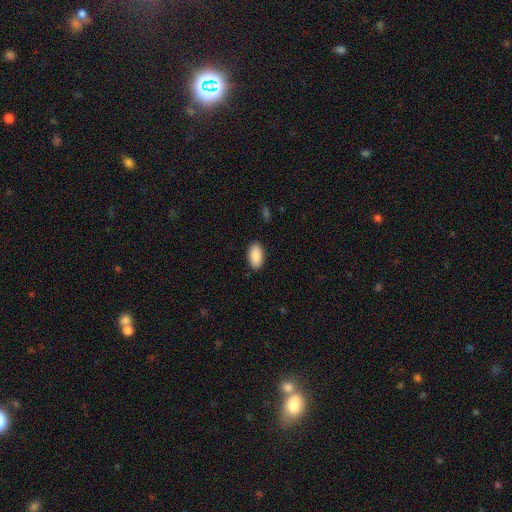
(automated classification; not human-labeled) Smooth or featured?
  - smooth: 89% *
  - star or artifact: 6%
  - featured or disk: 5%
How rounded?
  - in between: 95% *
  - cigar-shaped: 3%
  - round: 3%
Merging?
  - none: 89% *
  - minor disturbance: 8%
  - major disturbance: 2%
  - merger: 1%